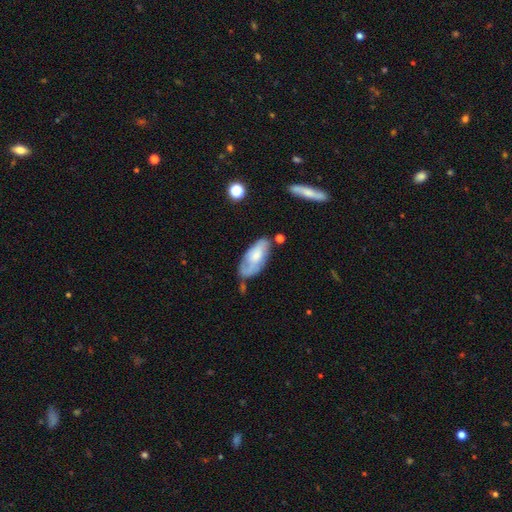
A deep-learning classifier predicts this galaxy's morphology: The model was most divided on "smooth or featured": smooth: 52%, featured or disk: 41%, star or artifact: 6%. More confident: how rounded — in between (89%); merging — none (57%).